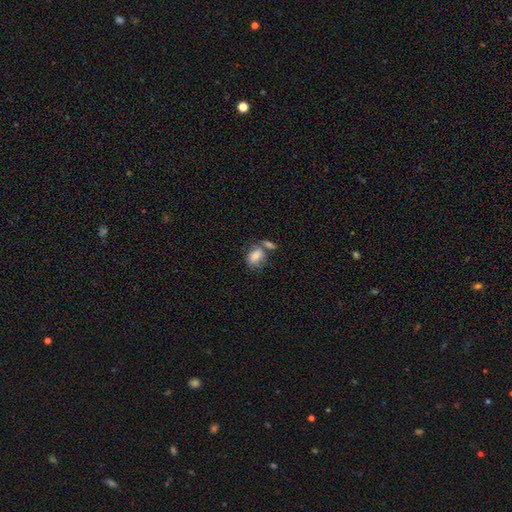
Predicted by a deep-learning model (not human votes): Overall: smooth (77%). How rounded: in between (74%). Merging: none (44%; merger 32%).